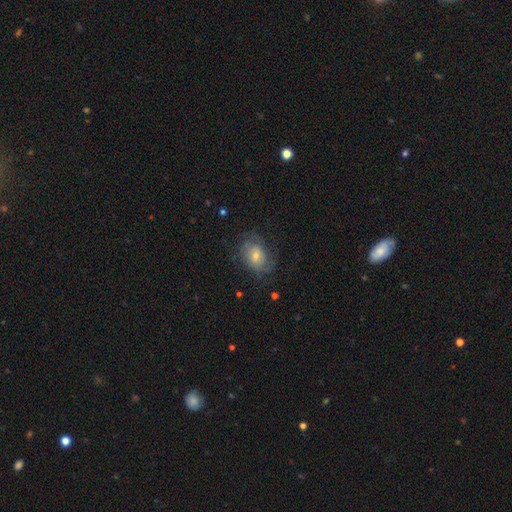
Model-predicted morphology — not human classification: A smooth galaxy with no disk features (47%). Merging: none (60%).